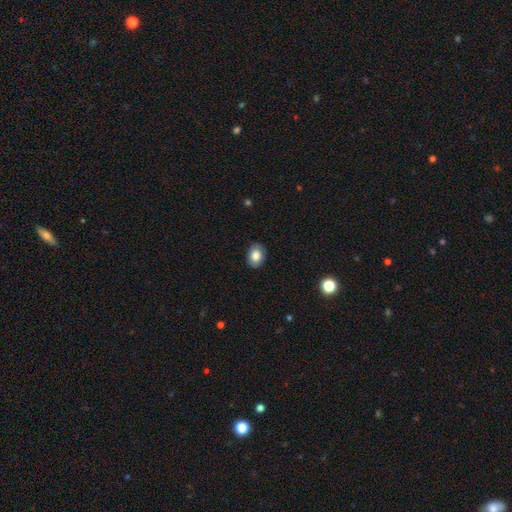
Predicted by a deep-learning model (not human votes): Smooth or featured? Predicted: smooth (p=0.82). How rounded? Predicted: in between (p=0.73). Merging? Predicted: none (p=0.86).